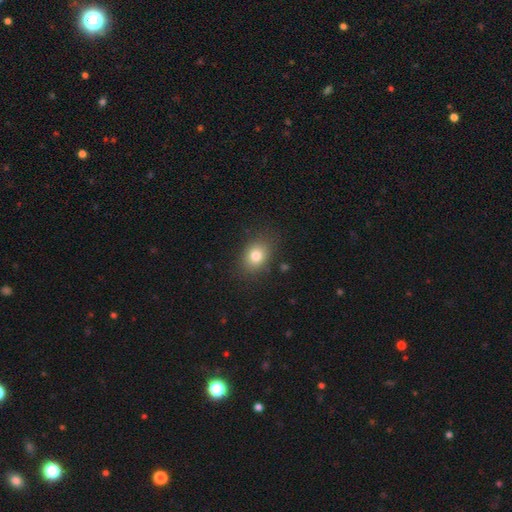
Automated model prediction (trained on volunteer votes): A smooth galaxy with no disk features (80%) that is in between round and cigar-shaped (58%).

Vote fractions:
- Smooth or featured? smooth: 80% / star or artifact: 11% / featured or disk: 9%
- How rounded? in between: 58% / round: 41% / cigar-shaped: 1%
- Merging? none: 83% / minor disturbance: 12% / major disturbance: 4% / merger: 2%